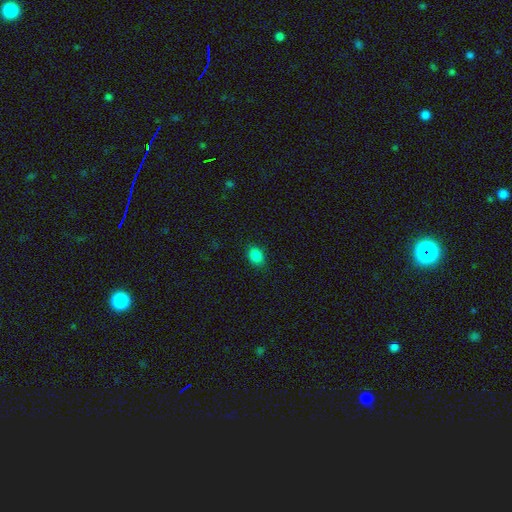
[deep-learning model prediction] smooth-or-featured: smooth: 86% | star or artifact: 11% | featured or disk: 4%
  how-rounded: in between: 67% | round: 32% | cigar-shaped: 1%
  merging: none: 88% | minor disturbance: 9% | major disturbance: 2% | merger: 1%